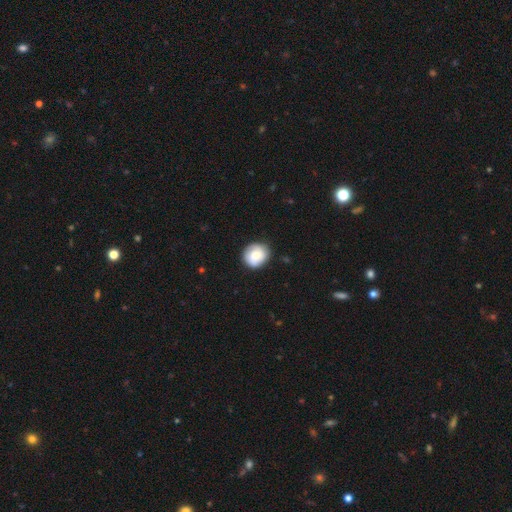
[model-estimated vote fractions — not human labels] The model was most divided on "smooth or featured": smooth: 67%, featured or disk: 25%, star or artifact: 8%. More confident: how rounded — round (85%); merging — none (84%).